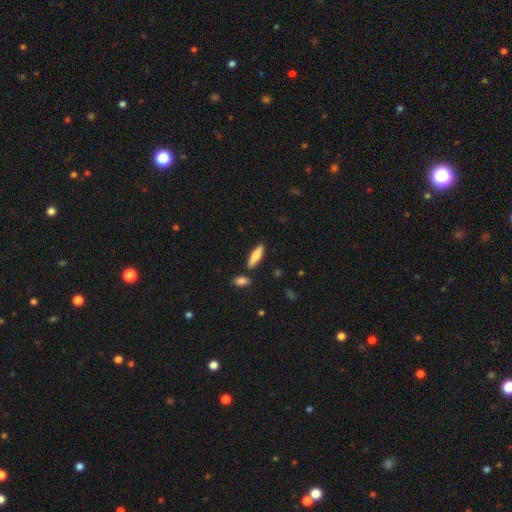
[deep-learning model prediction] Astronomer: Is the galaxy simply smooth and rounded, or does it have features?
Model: smooth — 72%.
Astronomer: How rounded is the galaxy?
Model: cigar-shaped — 50% (runner-up: in between, 48%).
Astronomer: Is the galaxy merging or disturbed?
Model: none — 83%.